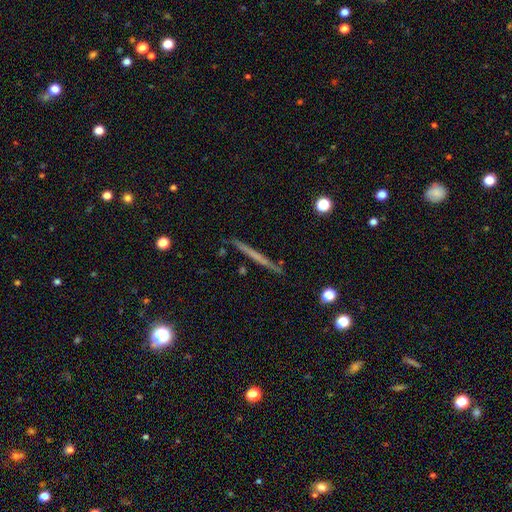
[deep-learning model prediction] A featured or disk galaxy (52%) viewed edge-on (97%) with no central bulge (87%).

Vote fractions:
- Smooth or featured? featured or disk: 52% / smooth: 41% / star or artifact: 7%
- Edge-on disk? yes: 97% / no: 3%
- Edge-on bulge? none: 87% / rounded: 9% / boxy: 4%
- Merging? none: 90% / minor disturbance: 7% / major disturbance: 1% / merger: 1%